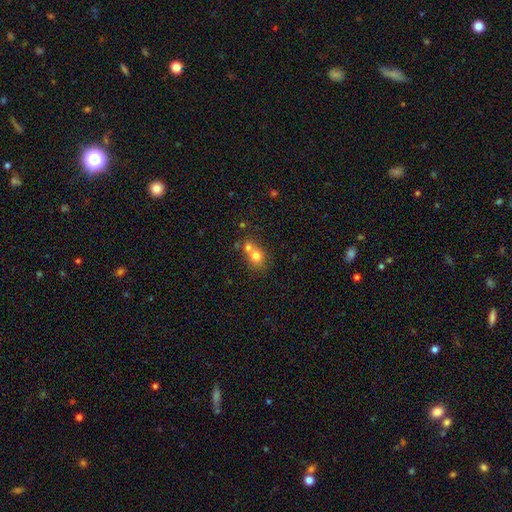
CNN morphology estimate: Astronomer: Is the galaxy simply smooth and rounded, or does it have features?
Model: smooth — 74%.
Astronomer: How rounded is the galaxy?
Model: round — 65%.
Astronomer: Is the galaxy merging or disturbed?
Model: merger — 54% (runner-up: none, 35%).